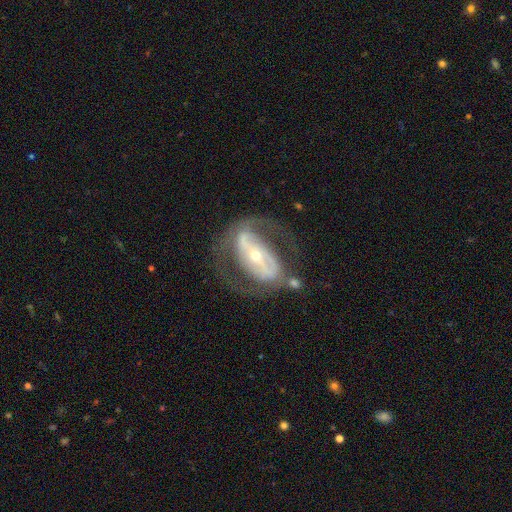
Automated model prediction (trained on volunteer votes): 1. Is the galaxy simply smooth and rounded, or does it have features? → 83% featured or disk, 12% smooth, 6% star or artifact.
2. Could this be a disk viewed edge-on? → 94% no, 6% yes.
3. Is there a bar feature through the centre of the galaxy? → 52% strong, 25% weak, 23% no.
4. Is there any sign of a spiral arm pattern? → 75% yes, 25% no.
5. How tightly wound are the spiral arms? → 46% medium, 30% tight, 23% loose.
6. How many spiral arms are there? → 78% 2, 13% can't tell, 5% 1, 2% 3, 1% 4, 1% more than 4.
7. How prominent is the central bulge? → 61% small, 34% moderate, 3% large, 1% dominant, 1% none.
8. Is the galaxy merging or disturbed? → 58% none, 20% major disturbance, 17% minor disturbance, 5% merger.